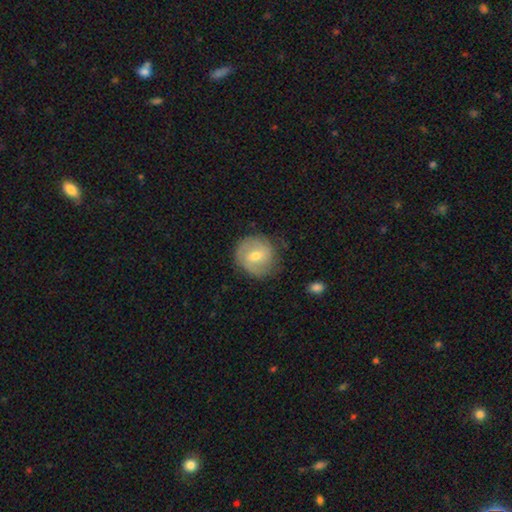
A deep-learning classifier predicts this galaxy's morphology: Overall: featured or disk (54%; smooth 39%). Edge-on disk: no (97%). Bar: weak (56%; no 28%). Spiral arms: yes (80%). Bulge size: moderate (62%; small 34%). Merging: none (75%).